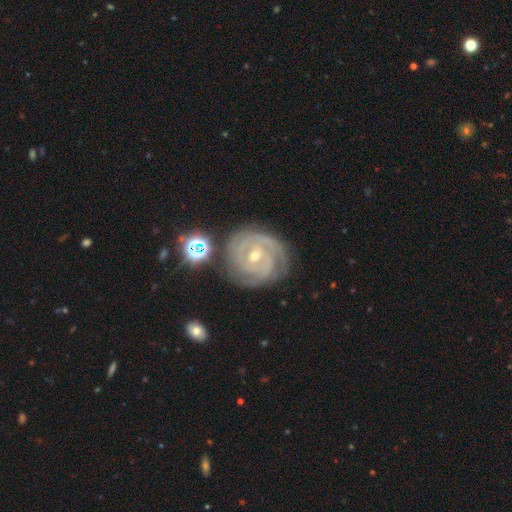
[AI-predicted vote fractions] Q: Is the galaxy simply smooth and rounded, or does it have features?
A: featured or disk — 88%.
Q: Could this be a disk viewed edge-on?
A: no — 97%.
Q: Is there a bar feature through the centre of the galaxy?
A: no — 45%.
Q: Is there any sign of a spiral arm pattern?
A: yes — 98%.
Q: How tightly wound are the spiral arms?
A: tight — 81%.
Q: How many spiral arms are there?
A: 2 — 35%.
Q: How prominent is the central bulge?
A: small — 52%.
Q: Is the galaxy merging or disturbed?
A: none — 75%.